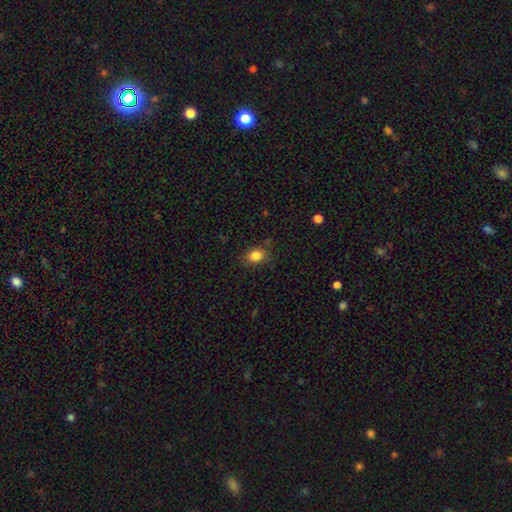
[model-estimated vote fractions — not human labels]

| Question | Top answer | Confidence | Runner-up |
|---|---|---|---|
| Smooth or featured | smooth | 84% | star or artifact (10%) |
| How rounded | in between | 64% | round (35%) |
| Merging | none | 83% | minor disturbance (12%) |